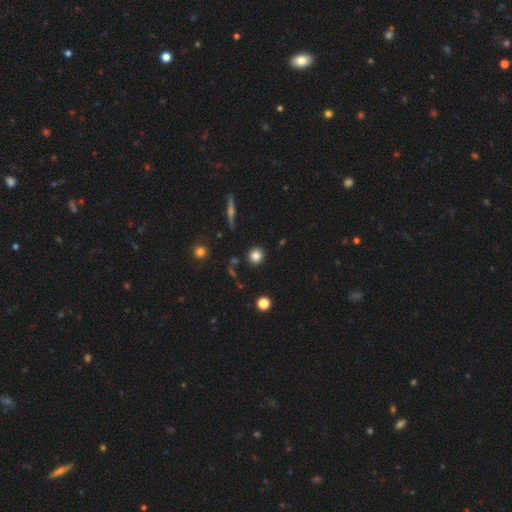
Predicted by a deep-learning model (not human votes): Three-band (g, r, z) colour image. It shows a smooth galaxy with no disk features (82%) that is round (92%). Merging: none (89%).